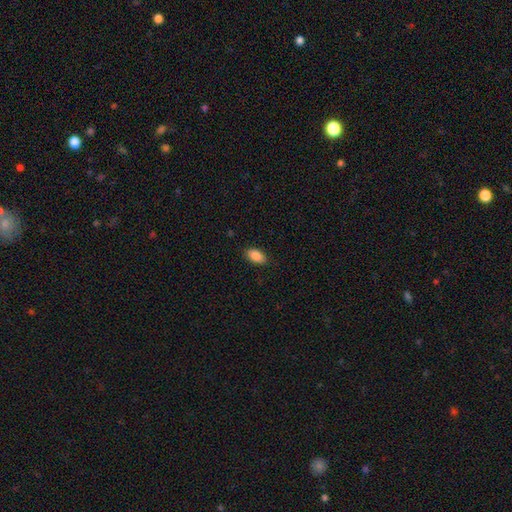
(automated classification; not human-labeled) Smooth or featured: smooth — 89% (star or artifact — 7%)
How rounded: in between — 93% (round — 4%)
Merging: none — 88% (minor disturbance — 9%)